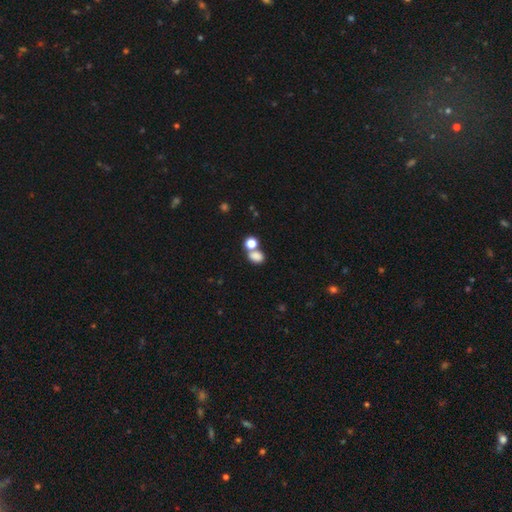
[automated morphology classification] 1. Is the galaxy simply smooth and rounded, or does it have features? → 80% smooth, 13% star or artifact, 7% featured or disk.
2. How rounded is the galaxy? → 61% in between, 38% round, 1% cigar-shaped.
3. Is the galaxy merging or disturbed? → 47% none, 38% merger, 10% minor disturbance, 5% major disturbance.